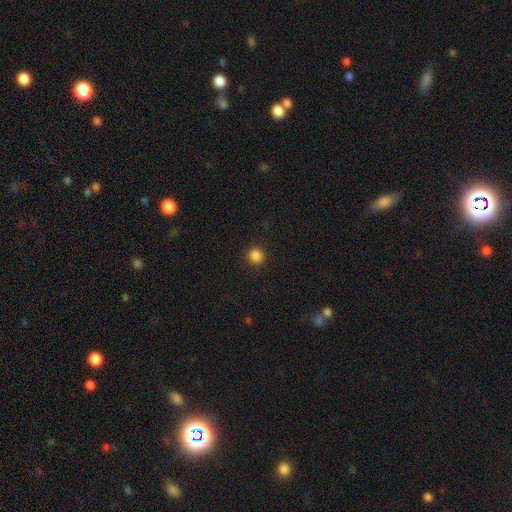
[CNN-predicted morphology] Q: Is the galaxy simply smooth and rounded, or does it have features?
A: smooth — 86%.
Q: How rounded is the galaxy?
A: round — 92%.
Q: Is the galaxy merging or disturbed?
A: none — 91%.